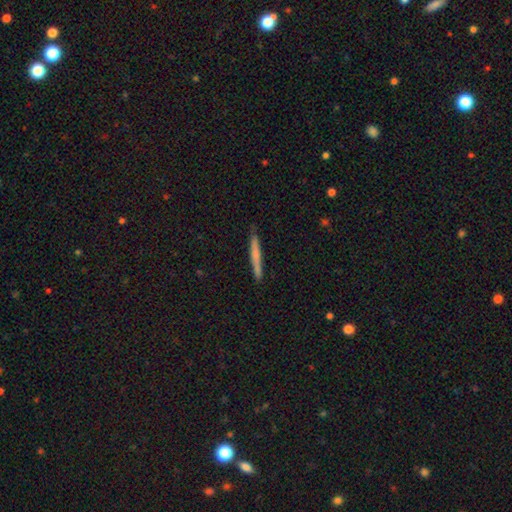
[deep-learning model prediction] This is likely a smooth galaxy (62%). How rounded: clearly cigar-shaped (96%). Merging: clearly none (89%).